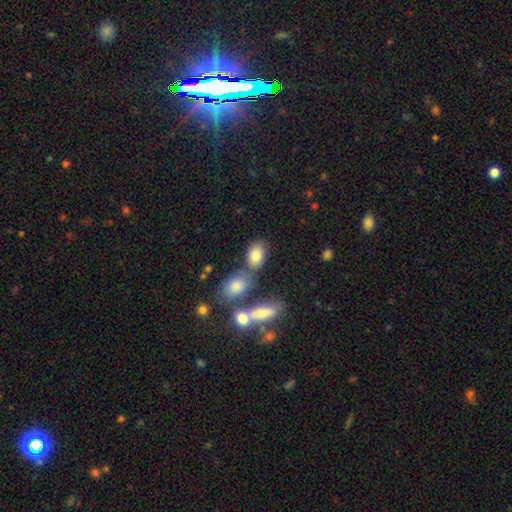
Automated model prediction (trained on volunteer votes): smooth-or-featured: smooth: 80% | featured or disk: 11% | star or artifact: 9%
  how-rounded: in between: 86% | round: 12% | cigar-shaped: 2%
  merging: none: 59% | merger: 22% | minor disturbance: 13% | major disturbance: 5%